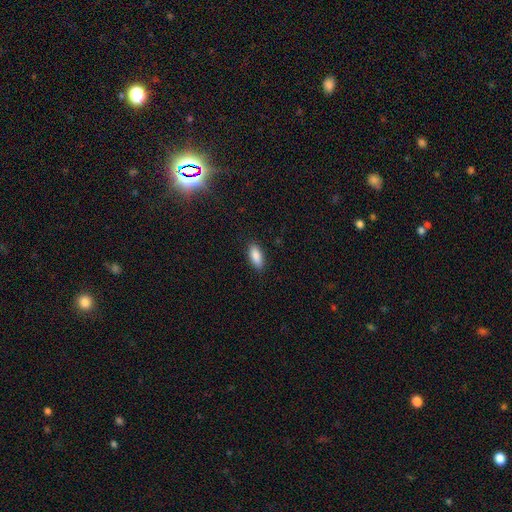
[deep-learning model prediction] smooth 88%, star or artifact 7%, featured or disk 5%. Down the decision tree: how rounded — in between (85%); merging — none (87%).